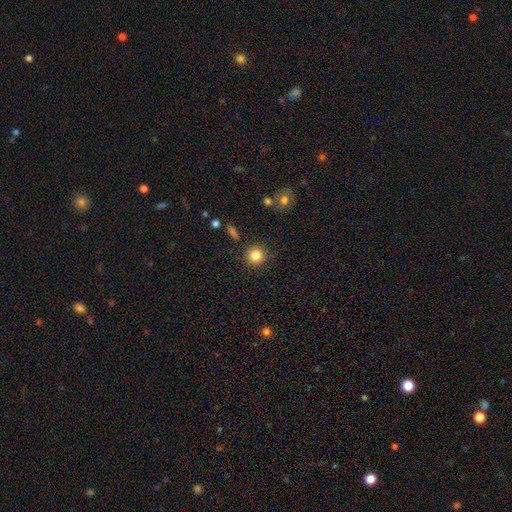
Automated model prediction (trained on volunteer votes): This is clearly a smooth galaxy (83%). How rounded: clearly round (93%). Merging: clearly none (89%).